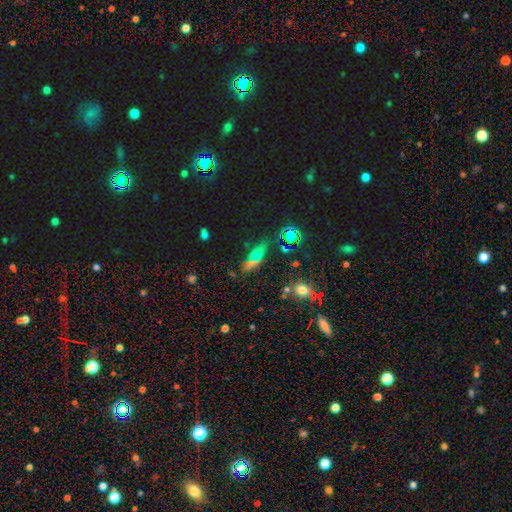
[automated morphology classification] A smooth galaxy with no disk features (46%). Merging: none (68%).